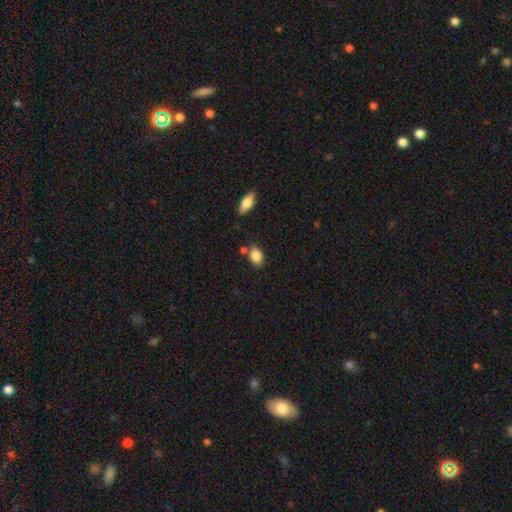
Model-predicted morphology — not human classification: A smooth galaxy with no disk features (85%) that is in between round and cigar-shaped (83%). Merging: none (72%).